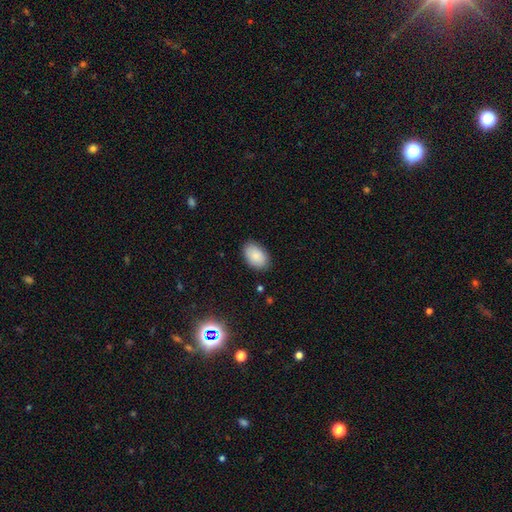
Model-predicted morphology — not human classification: smooth 87%, star or artifact 7%, featured or disk 6%. Down the decision tree: how rounded — in between (91%); merging — none (84%).